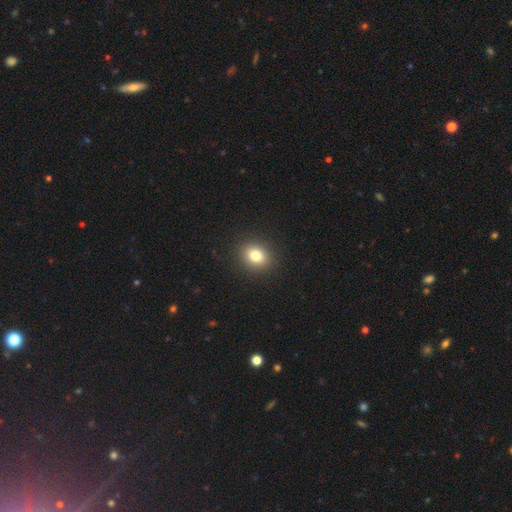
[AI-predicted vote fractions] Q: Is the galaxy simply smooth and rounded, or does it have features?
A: smooth — 81%.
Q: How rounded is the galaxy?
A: round — 63%.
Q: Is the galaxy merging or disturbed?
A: none — 91%.